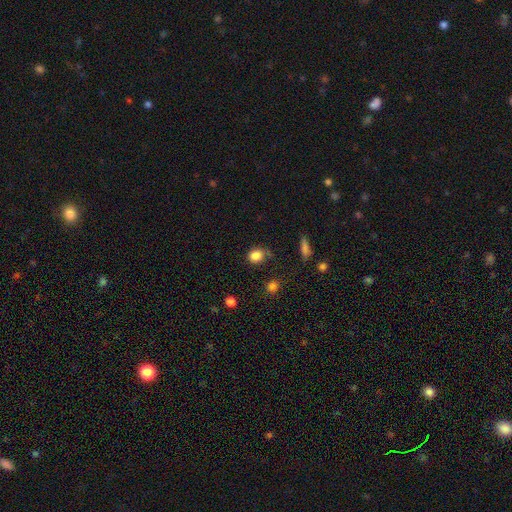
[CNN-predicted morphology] This appears to be a smooth galaxy with no disk features (84%) that is round (59%). Merging: none (68%).